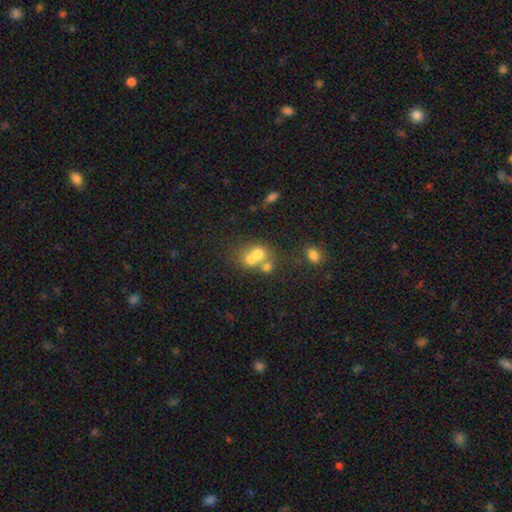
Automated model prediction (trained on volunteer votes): smooth-or-featured: smooth: 61% | featured or disk: 25% | star or artifact: 14%
  how-rounded: round: 69% | in between: 30% | cigar-shaped: 1%
  merging: merger: 61% | none: 27% | minor disturbance: 7% | major disturbance: 5%